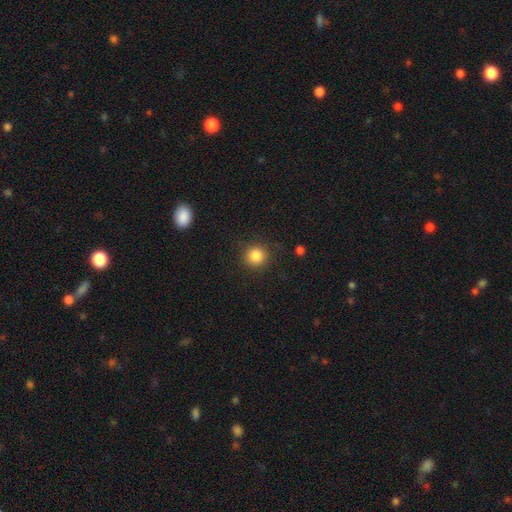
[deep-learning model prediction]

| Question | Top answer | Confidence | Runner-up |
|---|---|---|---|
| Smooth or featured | smooth | 85% | star or artifact (11%) |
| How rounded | round | 93% | in between (6%) |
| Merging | none | 88% | minor disturbance (8%) |